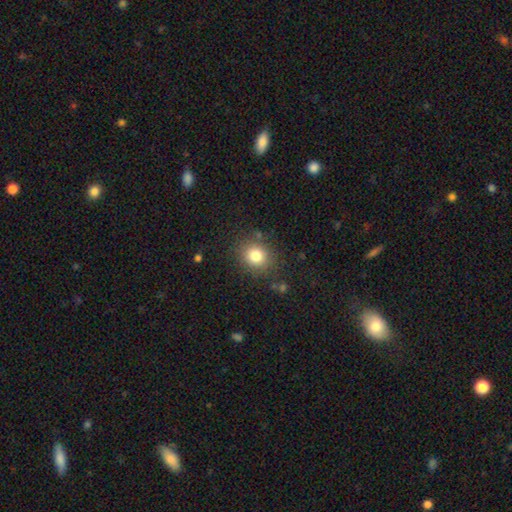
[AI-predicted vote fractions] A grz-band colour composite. It shows a smooth galaxy with no disk features (80%) that is round (79%). Merging: none (84%).